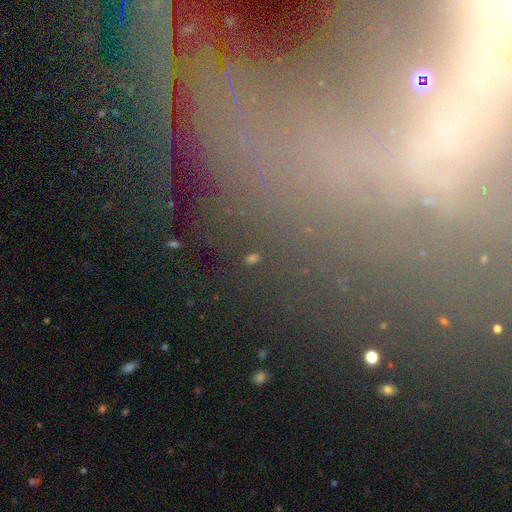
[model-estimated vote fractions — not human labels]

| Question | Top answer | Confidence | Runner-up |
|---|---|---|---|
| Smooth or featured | star or artifact | 52% | featured or disk (28%) |